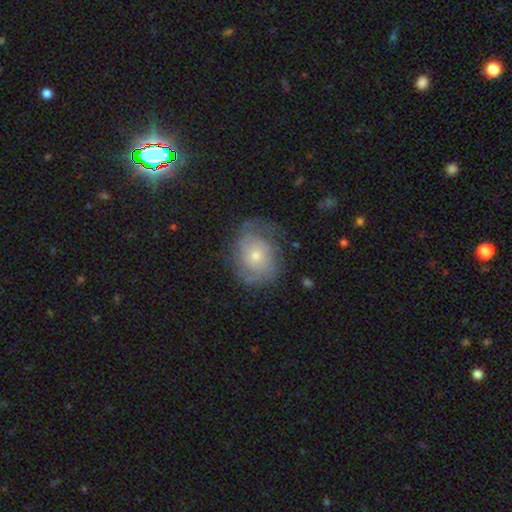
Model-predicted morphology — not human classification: Overall: featured or disk (62%; smooth 29%). Edge-on disk: no (97%). Bar: no (81%). Spiral arms: yes (83%). Bulge size: small (55%; moderate 38%). Merging: none (61%; minor disturbance 23%).